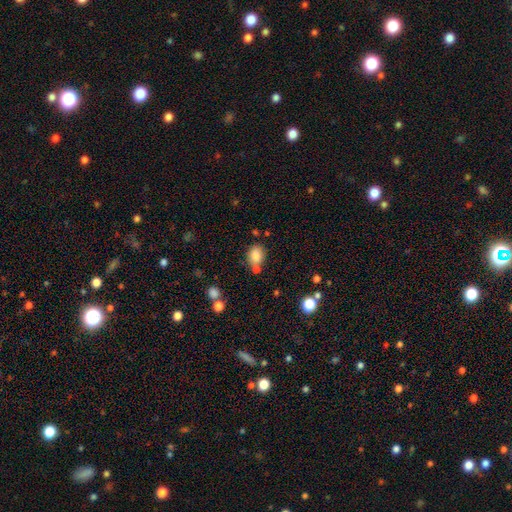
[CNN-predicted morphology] Smooth or featured? Predicted: smooth (p=0.82). How rounded? Predicted: in between (p=0.54). Merging? Predicted: none (p=0.62).